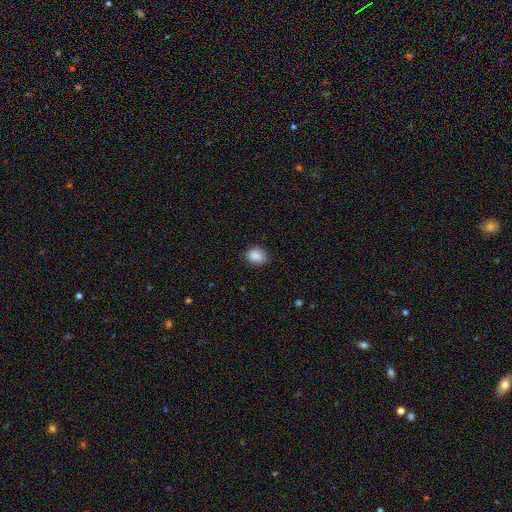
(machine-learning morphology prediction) type=smooth (87%); roundness=in between (59%); merging=none (78%).